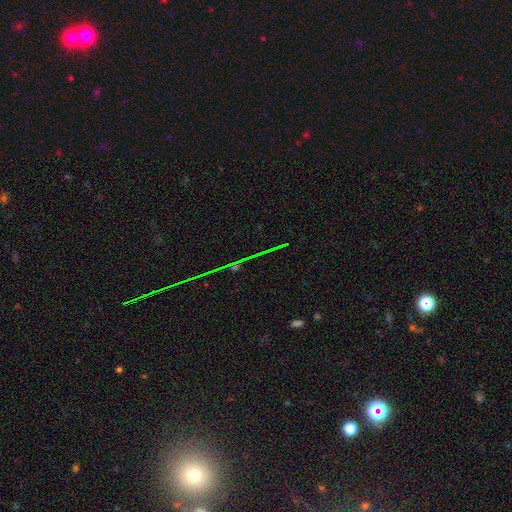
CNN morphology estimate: Smooth or featured: star or artifact — 77% (featured or disk — 12%)